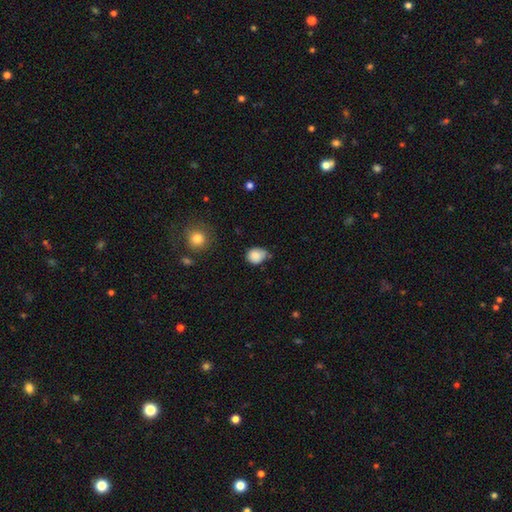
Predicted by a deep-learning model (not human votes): This is clearly a smooth galaxy (83%). How rounded: likely round (66%). Merging: possibly none (50%).